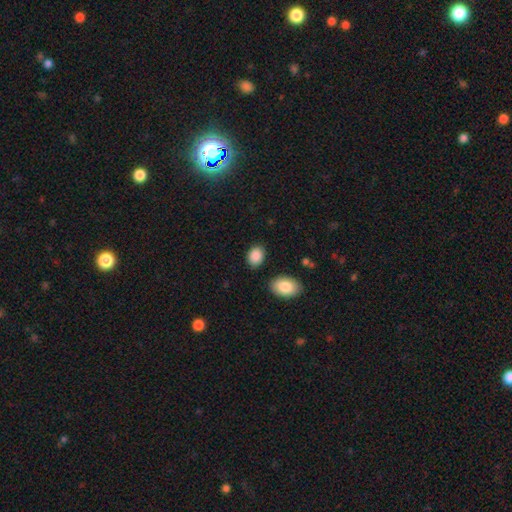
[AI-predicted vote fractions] This appears to be a smooth galaxy with no disk features (89%) that is in between round and cigar-shaped (70%). Merging: none (83%).